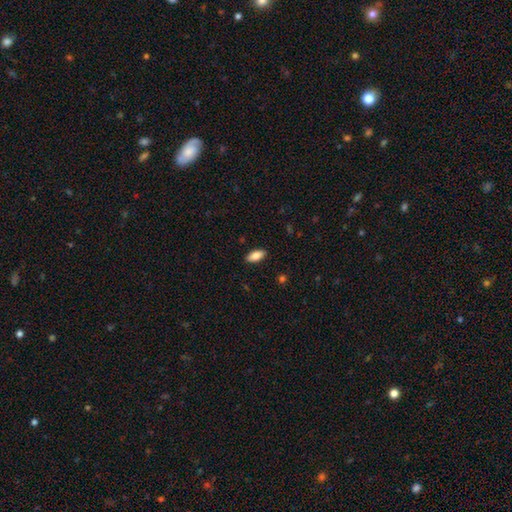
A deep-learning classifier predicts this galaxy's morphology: smooth 80%, featured or disk 14%, star or artifact 7%. Down the decision tree: how rounded — in between (85%); merging — none (89%).